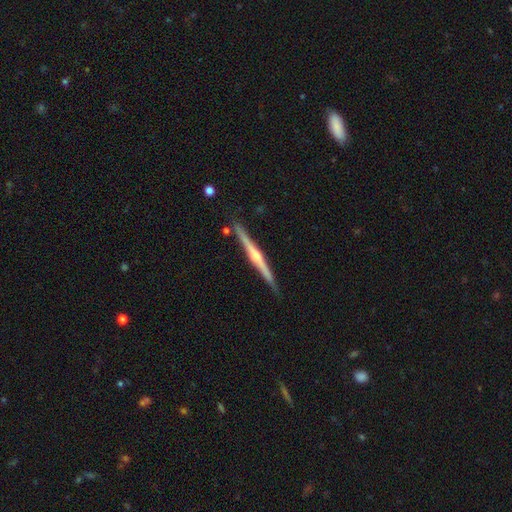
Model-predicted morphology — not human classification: Smooth or featured? Predicted: featured or disk (p=0.80). Edge-on disk? Predicted: yes (p=0.98). Edge-on bulge? Predicted: rounded (p=0.79). Merging? Predicted: none (p=0.88).